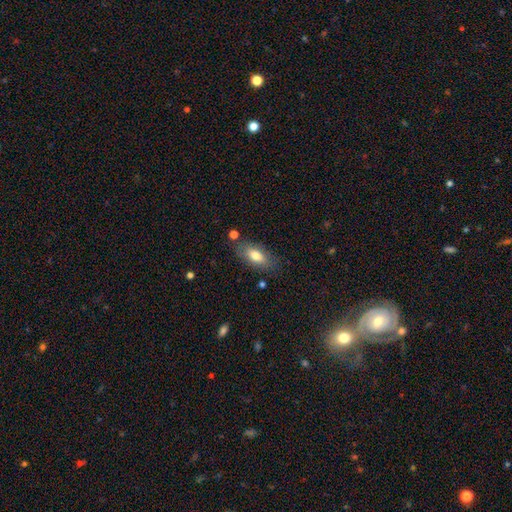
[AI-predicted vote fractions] Q: Smooth or featured?
A: smooth (77%); runner-up: featured or disk (16%)
Q: How rounded?
A: in between (86%); runner-up: cigar-shaped (10%)
Q: Merging?
A: none (78%); runner-up: minor disturbance (14%)